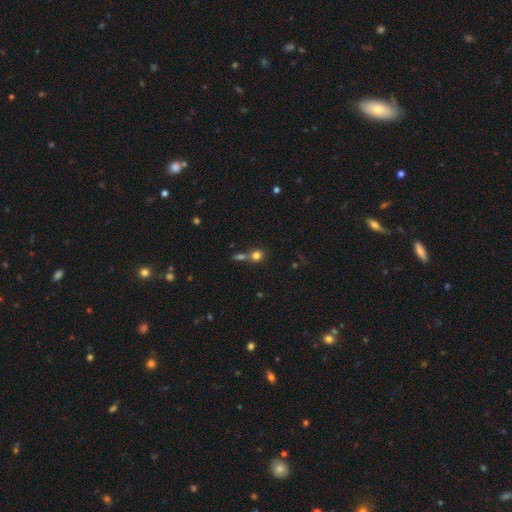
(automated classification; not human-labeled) Smooth or featured? Predicted: smooth (p=0.76). How rounded? Predicted: round (p=0.83). Merging? Predicted: none (p=0.49).